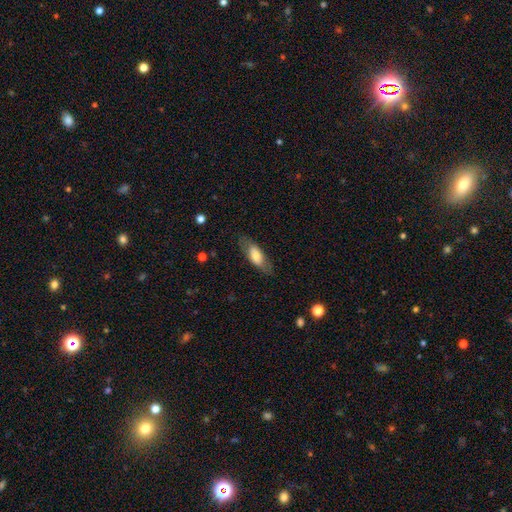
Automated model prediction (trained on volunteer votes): Smooth or featured: smooth — 64% (featured or disk — 30%)
How rounded: in between — 74% (cigar-shaped — 23%)
Merging: none — 78% (minor disturbance — 14%)